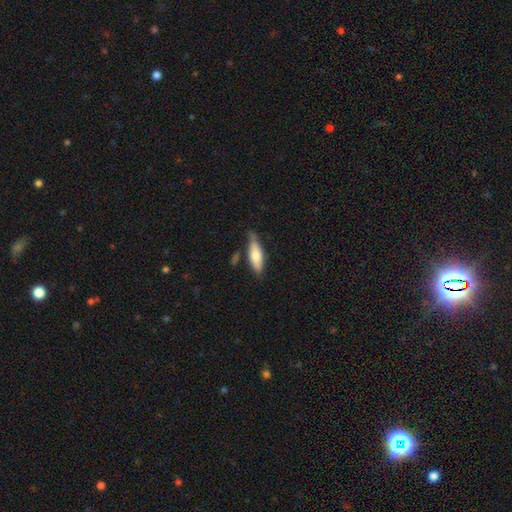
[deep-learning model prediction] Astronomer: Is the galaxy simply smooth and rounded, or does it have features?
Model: smooth — 71%.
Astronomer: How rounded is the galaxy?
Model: in between — 51% (runner-up: cigar-shaped, 47%).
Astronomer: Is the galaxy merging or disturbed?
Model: none — 65%.